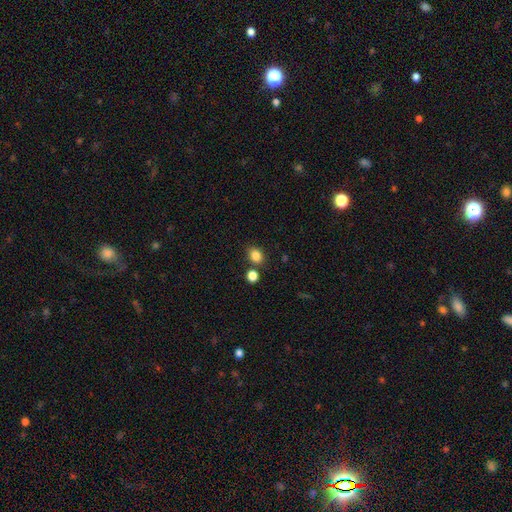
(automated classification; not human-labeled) Overall: smooth (84%). How rounded: in between (52%; round 47%). Merging: none (73%).